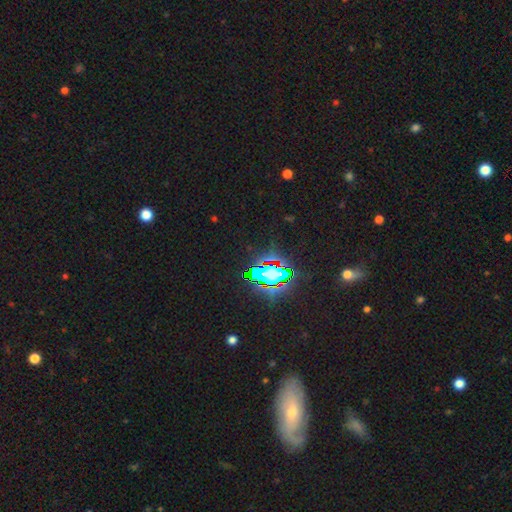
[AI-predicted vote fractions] Smooth or featured? star or artifact (80%)